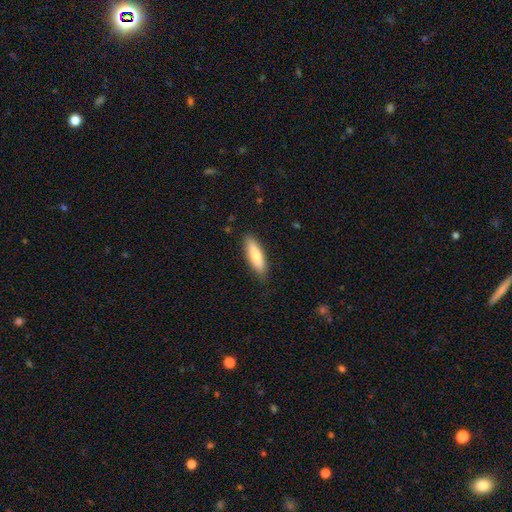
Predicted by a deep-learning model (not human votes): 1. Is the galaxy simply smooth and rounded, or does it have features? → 75% smooth, 19% featured or disk, 6% star or artifact.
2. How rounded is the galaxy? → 59% cigar-shaped, 40% in between, 2% round.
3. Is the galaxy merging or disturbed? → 86% none, 11% minor disturbance, 2% major disturbance, 1% merger.